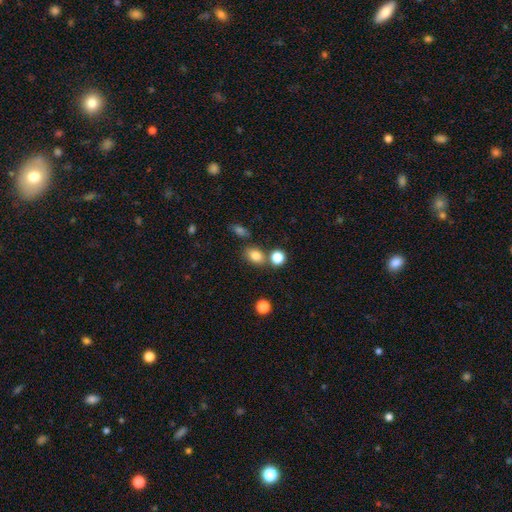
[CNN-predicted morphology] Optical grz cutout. It shows a smooth galaxy with no disk features (80%) that is in between round and cigar-shaped (61%). Merging: none (69%).